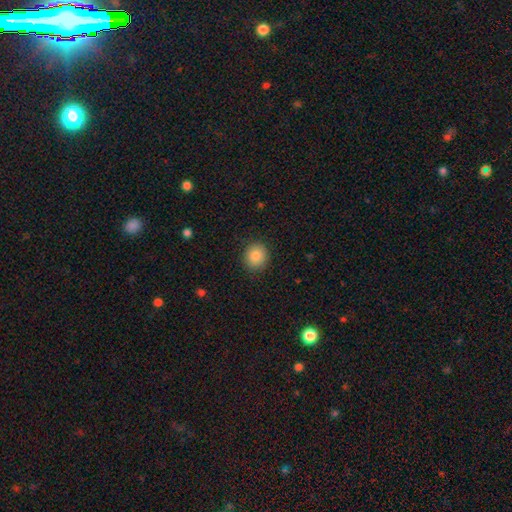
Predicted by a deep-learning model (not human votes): A smooth galaxy with no disk features (86%) that is round (85%).

Vote fractions:
- Smooth or featured? smooth: 86% / star or artifact: 9% / featured or disk: 5%
- How rounded? round: 85% / in between: 14% / cigar-shaped: 1%
- Merging? none: 90% / minor disturbance: 7% / major disturbance: 2% / merger: 1%